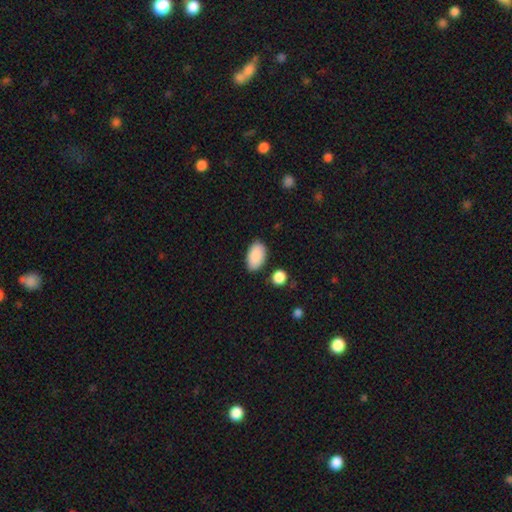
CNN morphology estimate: This is clearly a smooth galaxy (89%). How rounded: clearly in between (94%). Merging: likely none (79%).